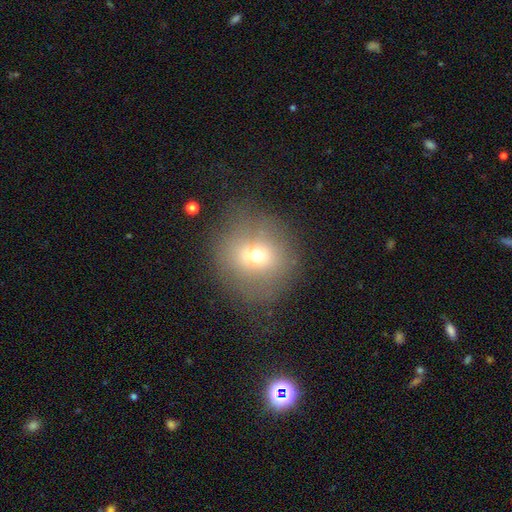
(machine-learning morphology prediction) This appears to be a smooth galaxy with no disk features (62%) that is round (88%). Merging: none (71%).